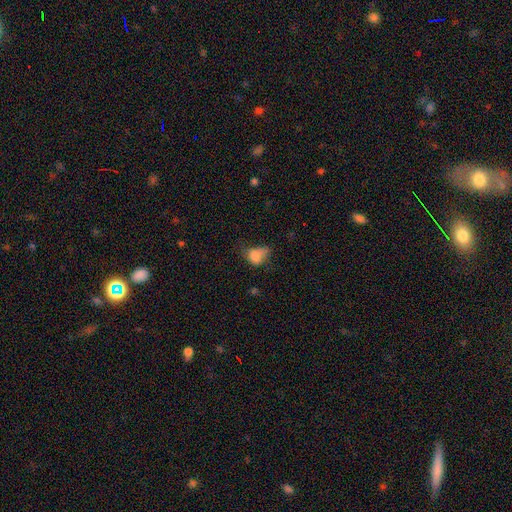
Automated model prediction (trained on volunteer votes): Q: Smooth or featured?
A: smooth (76%); runner-up: featured or disk (13%)
Q: How rounded?
A: in between (73%); runner-up: round (25%)
Q: Merging?
A: major disturbance (36%); runner-up: minor disturbance (35%)